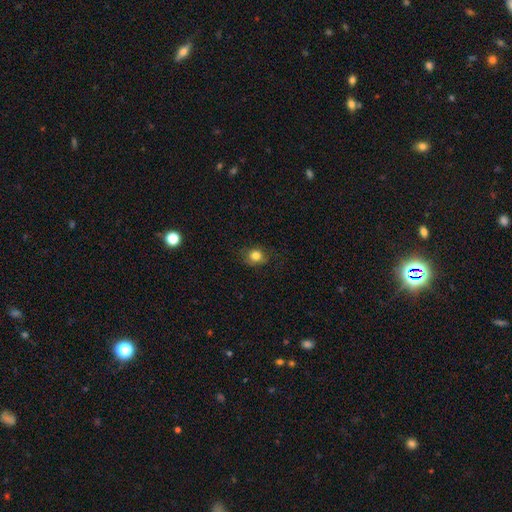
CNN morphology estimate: The model was most divided on "how rounded": round: 66%, in between: 33%, cigar-shaped: 1%. More confident: smooth or featured — smooth (81%); merging — none (75%).